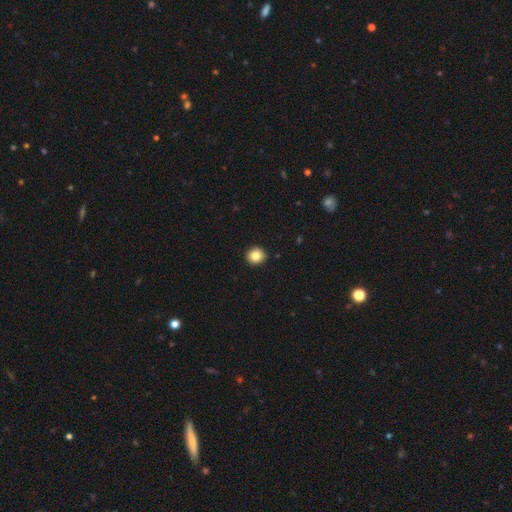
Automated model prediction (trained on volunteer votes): This appears to be a smooth galaxy with no disk features (84%) that is round (88%). Merging: none (93%).